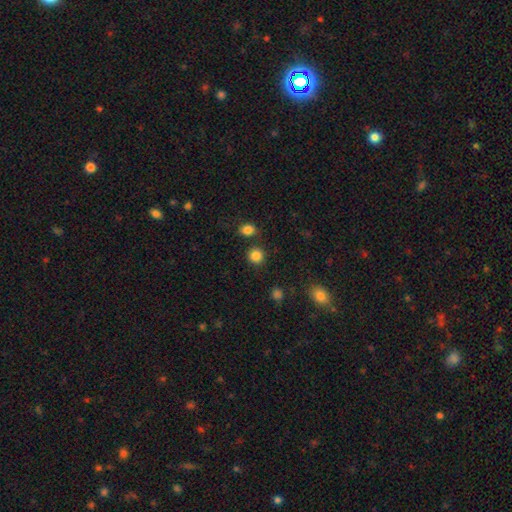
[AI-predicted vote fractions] A smooth galaxy with no disk features (84%) that is round (91%). Merging: none (84%).